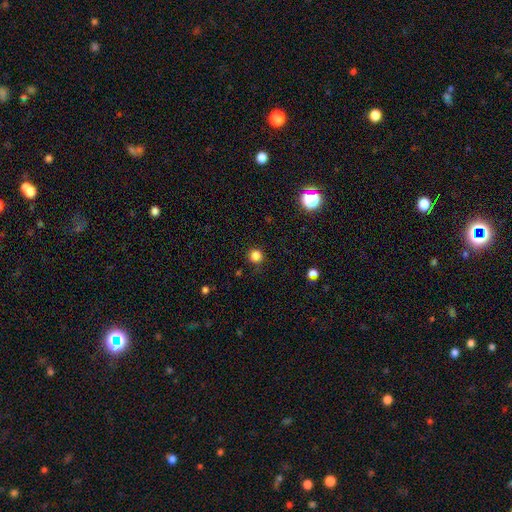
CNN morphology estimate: Overall: smooth (83%). How rounded: round (94%). Merging: none (90%).